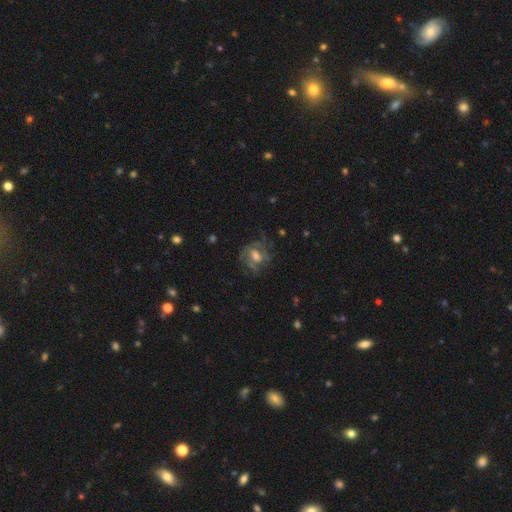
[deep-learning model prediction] A featured or disk galaxy (71%) with a weak bar (46%), medium (43%) spiral arms (81%) and a moderate central bulge (61%). Merging: none (57%).